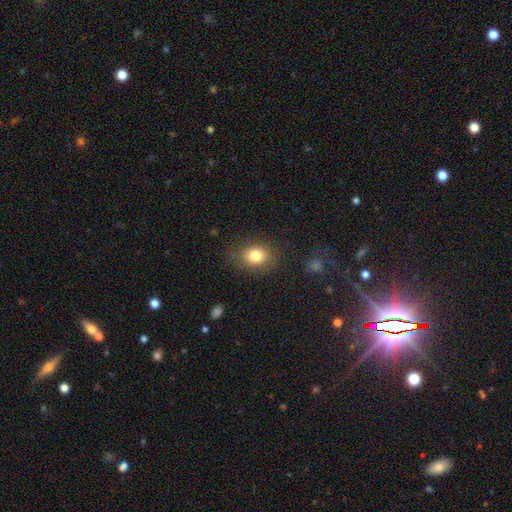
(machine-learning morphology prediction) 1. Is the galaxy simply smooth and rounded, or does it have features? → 81% smooth, 11% star or artifact, 9% featured or disk.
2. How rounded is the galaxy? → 50% in between, 49% round, 1% cigar-shaped.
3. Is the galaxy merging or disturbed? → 82% none, 12% minor disturbance, 4% major disturbance, 1% merger.